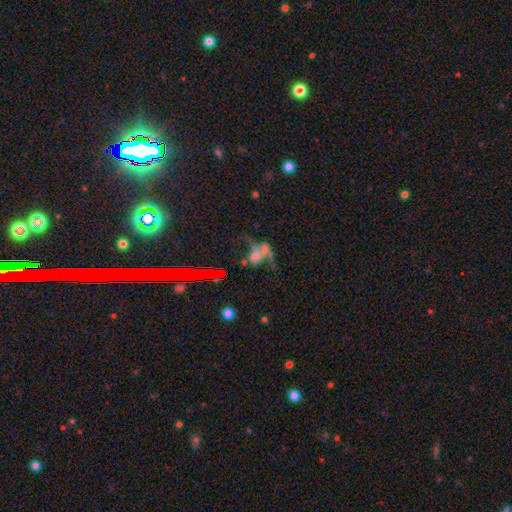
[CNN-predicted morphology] type=featured or disk (44%); merging=major disturbance (36%).